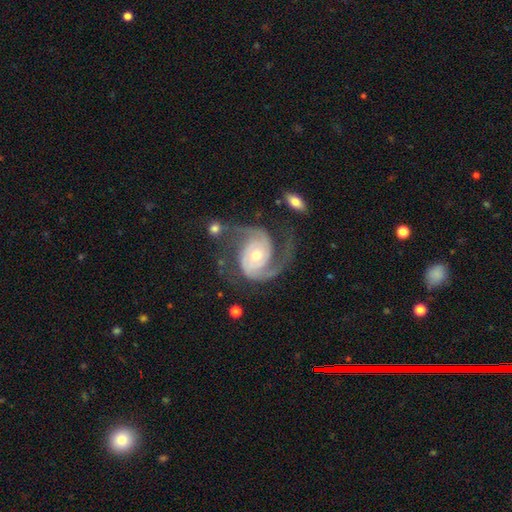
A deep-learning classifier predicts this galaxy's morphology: smooth-or-featured: featured or disk: 92% | star or artifact: 4% | smooth: 4%
  disk-edge-on: no: 98% | yes: 2%
    bar: no: 67% | weak: 25% | strong: 8%
    has-spiral-arms: yes: 98% | no: 2%
      spiral-winding: medium: 52% | tight: 29% | loose: 18%
      spiral-arm-count: 2: 90% | 3: 3% | can't tell: 2% | 1: 2% | 4: 1% | more than 4: 1%
    bulge-size: moderate: 55% | small: 38% | large: 4% | none: 1% | dominant: 1%
  merging: none: 64% | minor disturbance: 17% | major disturbance: 15% | merger: 4%